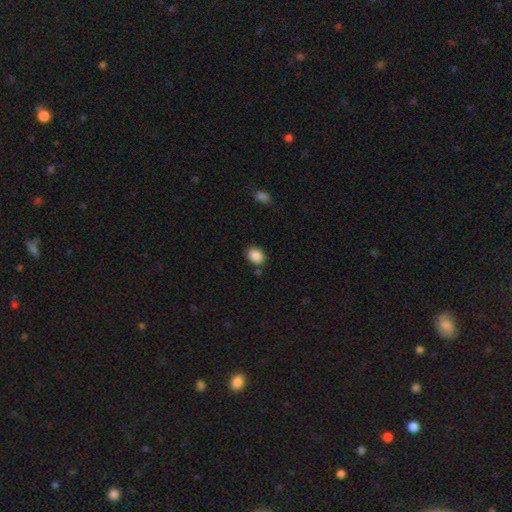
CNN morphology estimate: type=smooth (88%); roundness=in between (66%); merging=none (81%).